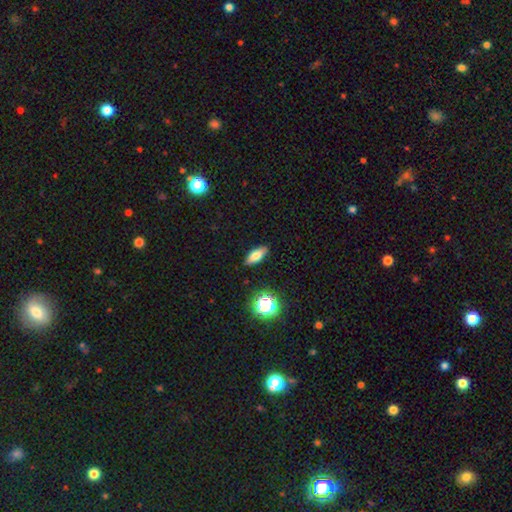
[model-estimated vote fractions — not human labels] Overall: smooth (70%). How rounded: in between (66%; cigar-shaped 29%). Merging: none (88%).